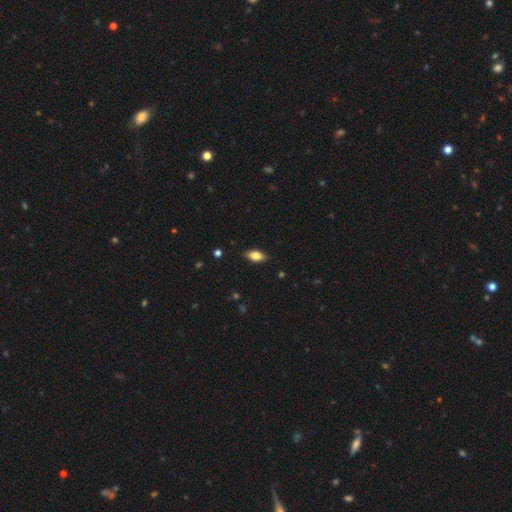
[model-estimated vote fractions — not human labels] Overall: smooth (77%). How rounded: in between (89%). Merging: none (87%).